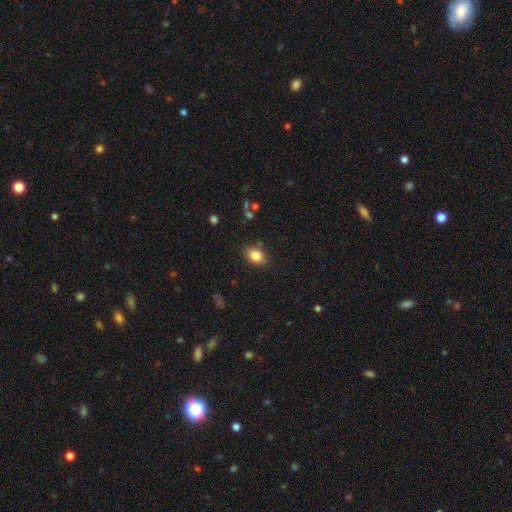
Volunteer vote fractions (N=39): This is clearly a smooth galaxy (87%). How rounded: likely in between (74%). Merging: likely none (79%).